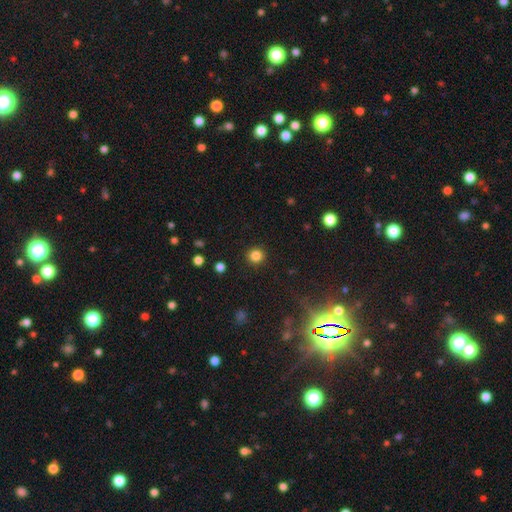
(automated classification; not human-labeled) Morphology: type=smooth (84%); roundness=round (93%); merging=none (92%).